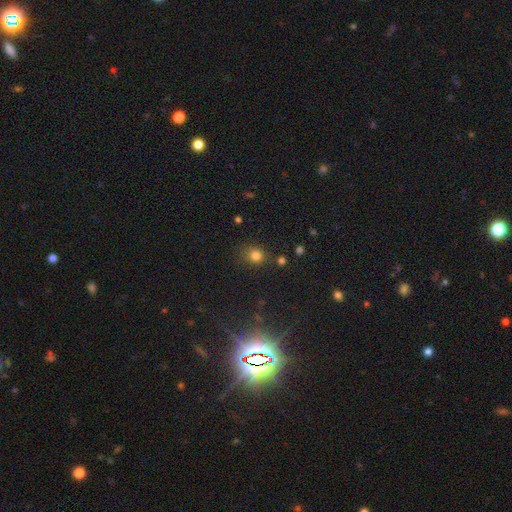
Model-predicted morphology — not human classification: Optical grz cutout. It shows a smooth galaxy with no disk features (77%) that is round (77%). Merging: none (77%).